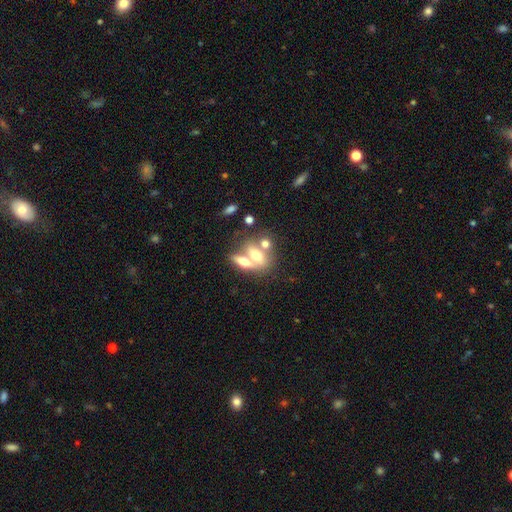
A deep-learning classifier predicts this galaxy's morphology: A smooth galaxy with no disk features (55%) that is in between round and cigar-shaped (69%). Merging: merger (60%).